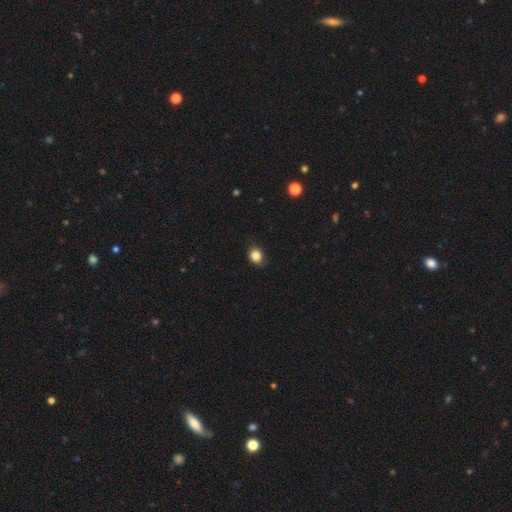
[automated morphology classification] The model was most divided on "how rounded": round: 60%, in between: 39%, cigar-shaped: 1%. More confident: smooth or featured — smooth (85%); merging — none (81%).